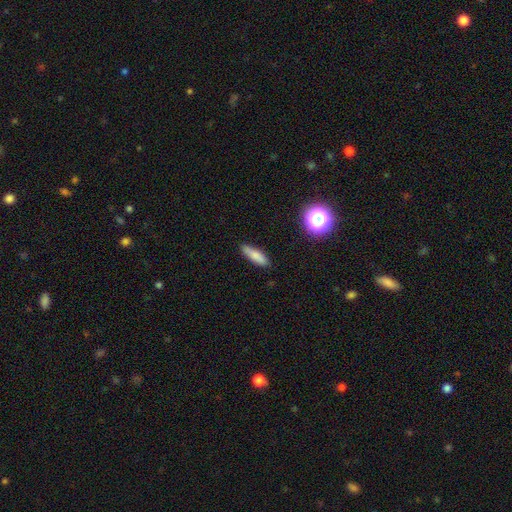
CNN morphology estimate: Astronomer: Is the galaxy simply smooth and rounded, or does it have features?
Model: smooth — 80%.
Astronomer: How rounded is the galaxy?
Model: cigar-shaped — 61% (runner-up: in between, 37%).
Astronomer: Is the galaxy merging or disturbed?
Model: none — 85%.